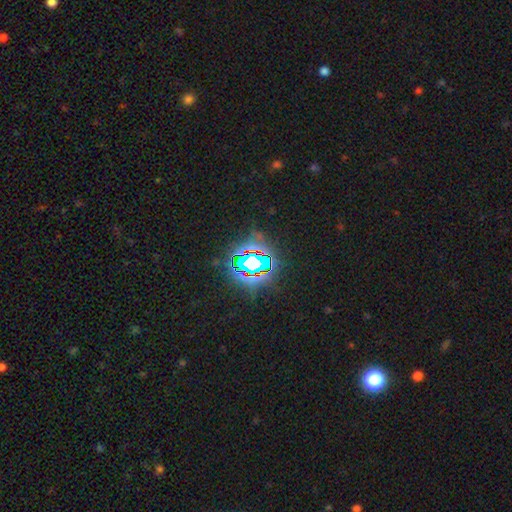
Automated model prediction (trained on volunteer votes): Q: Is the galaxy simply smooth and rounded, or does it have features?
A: star or artifact — 84%.